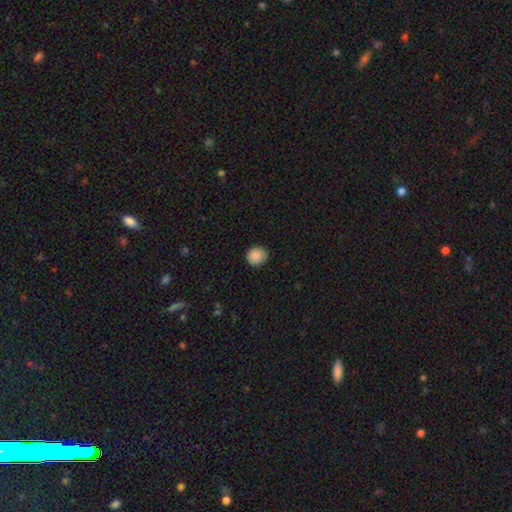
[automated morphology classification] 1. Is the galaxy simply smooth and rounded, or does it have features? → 88% smooth, 8% star or artifact, 4% featured or disk.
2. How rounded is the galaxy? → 89% round, 10% in between, 1% cigar-shaped.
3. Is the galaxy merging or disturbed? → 86% none, 11% minor disturbance, 2% major disturbance, 1% merger.